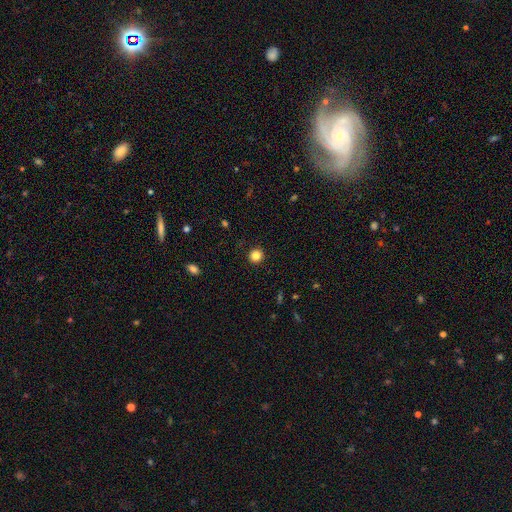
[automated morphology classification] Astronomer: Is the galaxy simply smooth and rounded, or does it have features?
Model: smooth — 84%.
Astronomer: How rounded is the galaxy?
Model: round — 93%.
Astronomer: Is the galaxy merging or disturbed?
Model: none — 92%.